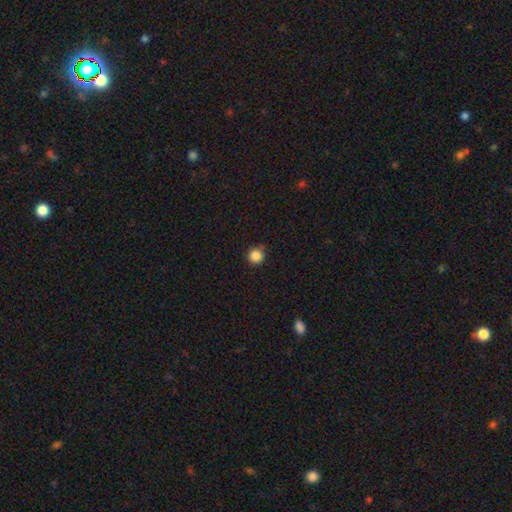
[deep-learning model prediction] Q: Smooth or featured?
A: smooth (86%); runner-up: star or artifact (11%)
Q: How rounded?
A: round (95%); runner-up: in between (4%)
Q: Merging?
A: none (84%); runner-up: minor disturbance (12%)